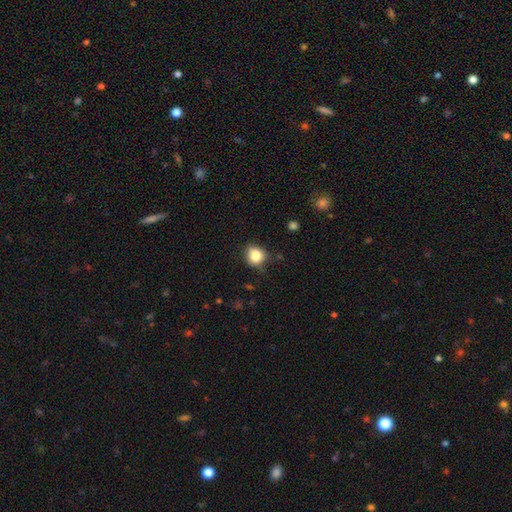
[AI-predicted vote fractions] Q: Smooth or featured?
A: smooth (83%); runner-up: star or artifact (10%)
Q: How rounded?
A: round (74%); runner-up: in between (25%)
Q: Merging?
A: none (66%); runner-up: minor disturbance (25%)